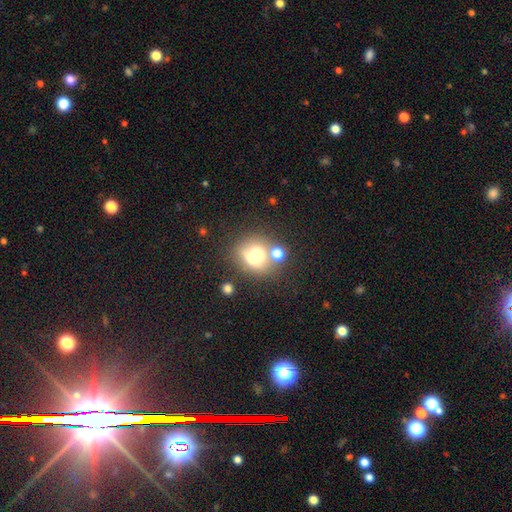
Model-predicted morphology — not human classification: type=smooth (61%); roundness=round (77%); merging=none (42%).